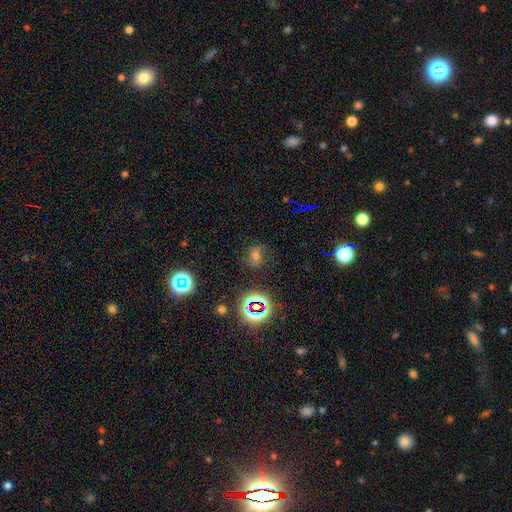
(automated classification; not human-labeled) Smooth or featured? Predicted: star or artifact (p=0.39).